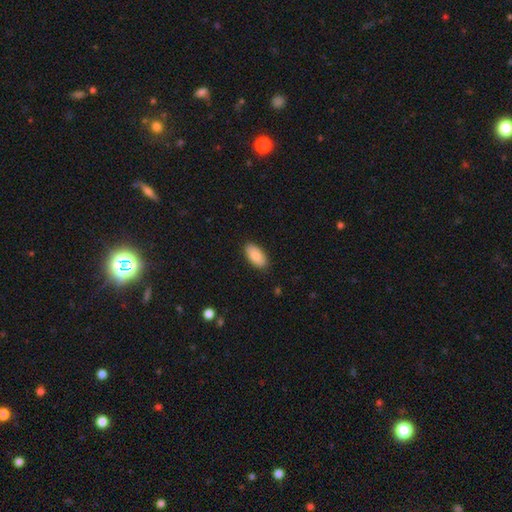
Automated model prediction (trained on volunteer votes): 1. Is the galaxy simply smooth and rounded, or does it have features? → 87% smooth, 7% featured or disk, 6% star or artifact.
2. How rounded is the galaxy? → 94% in between, 4% cigar-shaped, 2% round.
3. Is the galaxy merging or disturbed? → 88% none, 9% minor disturbance, 2% major disturbance, 1% merger.